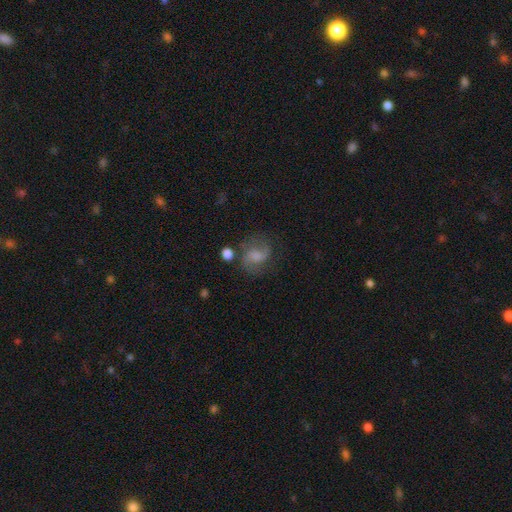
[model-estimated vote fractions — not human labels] The model was most divided on "bar": weak: 45%, no: 44%, strong: 10%. Remaining: edge-on disk — no (97%); spiral arms — yes (91%); spiral arm count — 2 (83%); merging — none (70%); smooth or featured — featured or disk (64%); spiral winding — medium (50%); bulge size — moderate (37%).